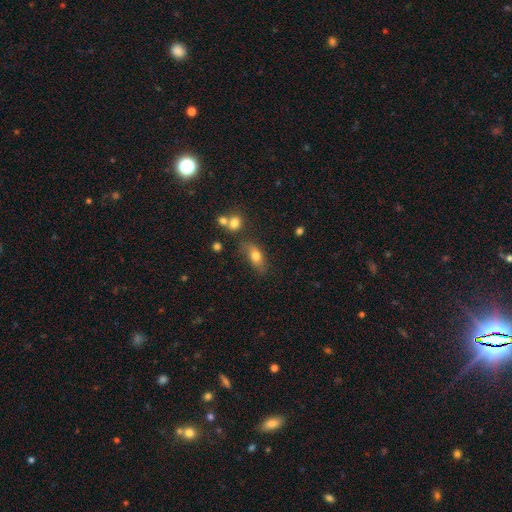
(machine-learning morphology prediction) Q: Smooth or featured?
A: smooth (76%); runner-up: featured or disk (15%)
Q: How rounded?
A: in between (82%); runner-up: cigar-shaped (11%)
Q: Merging?
A: none (66%); runner-up: minor disturbance (20%)